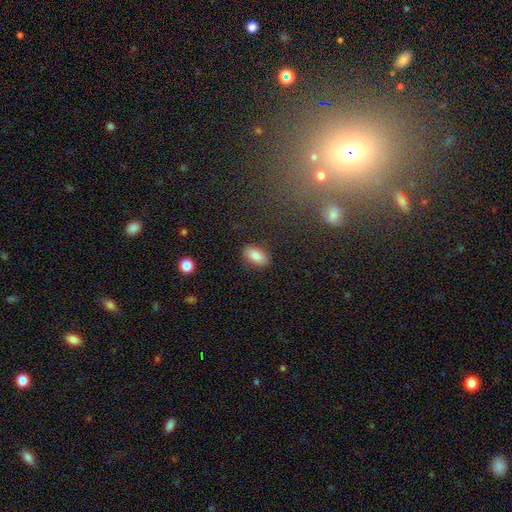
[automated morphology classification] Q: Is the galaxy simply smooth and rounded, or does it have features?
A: smooth — 84%.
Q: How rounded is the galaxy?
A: in between — 92%.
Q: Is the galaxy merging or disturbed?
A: none — 86%.